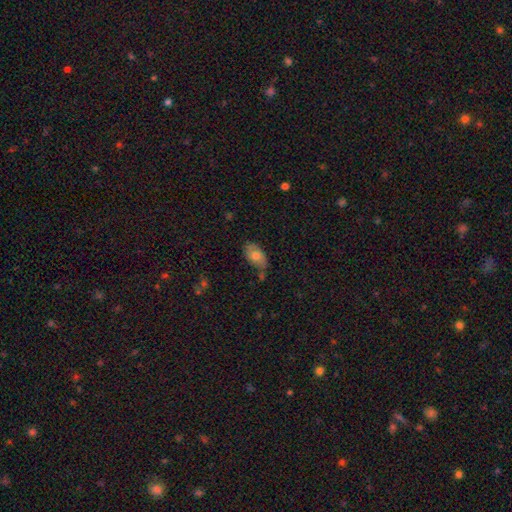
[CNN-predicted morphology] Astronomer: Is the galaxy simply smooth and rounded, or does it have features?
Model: smooth — 68%.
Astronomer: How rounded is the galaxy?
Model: in between — 91%.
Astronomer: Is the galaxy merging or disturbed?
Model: none — 57%.